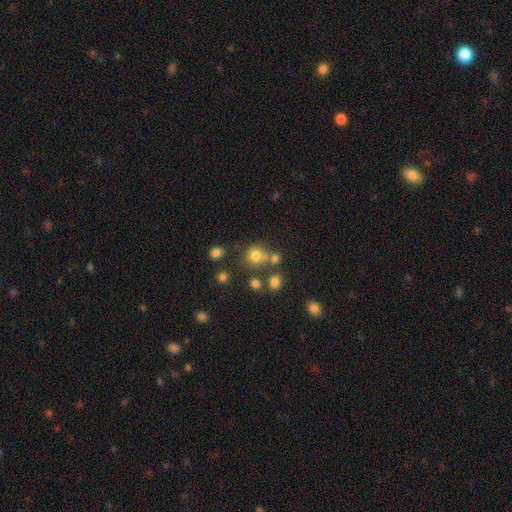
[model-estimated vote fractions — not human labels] Overall: smooth (74%). How rounded: round (85%). Merging: none (62%; merger 22%).